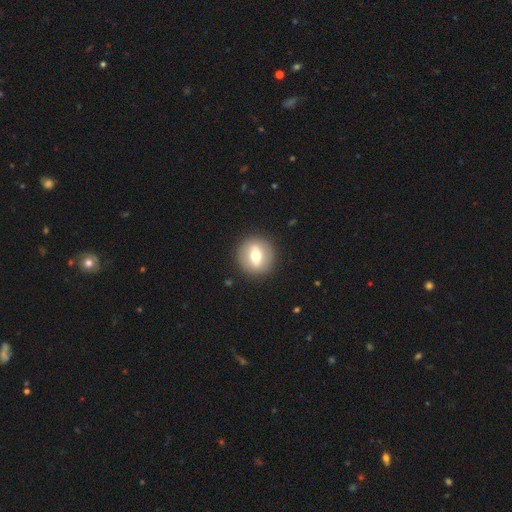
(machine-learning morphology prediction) Smooth or featured?
  - smooth: 55% *
  - featured or disk: 37%
  - star or artifact: 8%
How rounded?
  - round: 87% *
  - in between: 12%
  - cigar-shaped: 1%
Merging?
  - none: 90% *
  - minor disturbance: 6%
  - major disturbance: 3%
  - merger: 1%